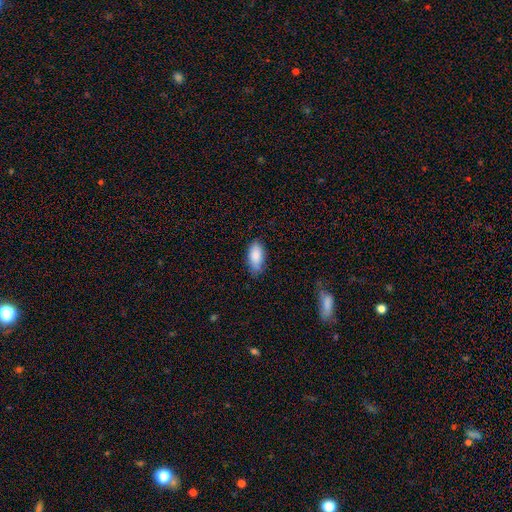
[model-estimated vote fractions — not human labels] A smooth galaxy with no disk features (86%) that is in between round and cigar-shaped (90%).

Vote fractions:
- Smooth or featured? smooth: 86% / featured or disk: 7% / star or artifact: 6%
- How rounded? in between: 90% / cigar-shaped: 8% / round: 2%
- Merging? none: 76% / minor disturbance: 19% / major disturbance: 3% / merger: 1%